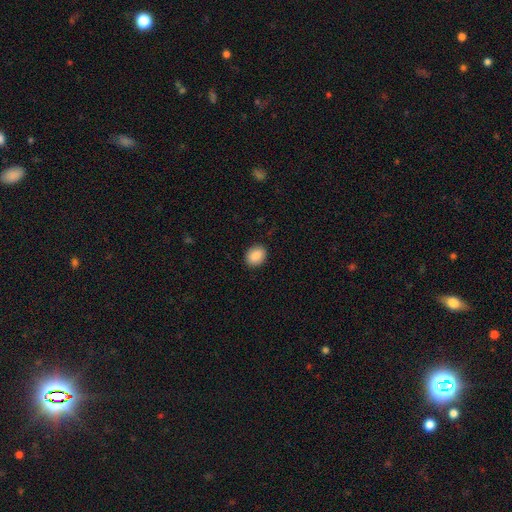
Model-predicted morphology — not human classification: This appears to be a smooth galaxy with no disk features (89%) that is in between round and cigar-shaped (54%). Merging: none (90%).